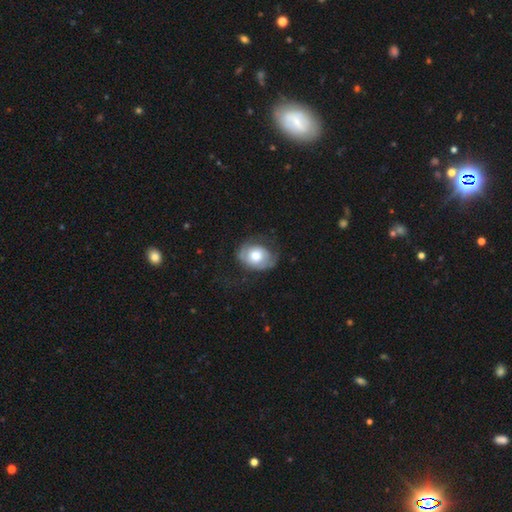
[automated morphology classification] Overall: smooth (51%; featured or disk 43%). How rounded: in between (56%; round 43%). Merging: none (53%; minor disturbance 27%).